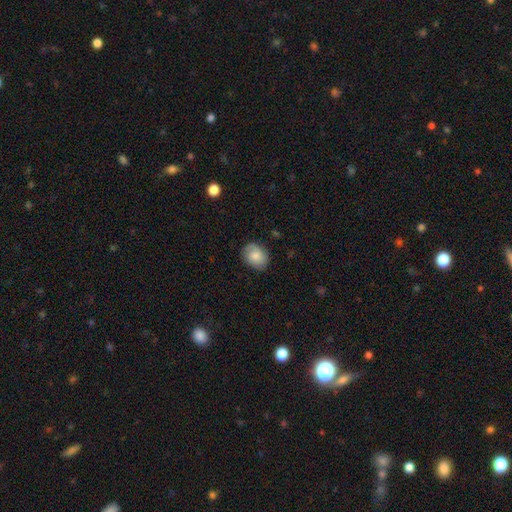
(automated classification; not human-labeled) Smooth or featured: smooth — 74% (featured or disk — 18%)
How rounded: in between — 57% (round — 42%)
Merging: none — 79% (minor disturbance — 16%)